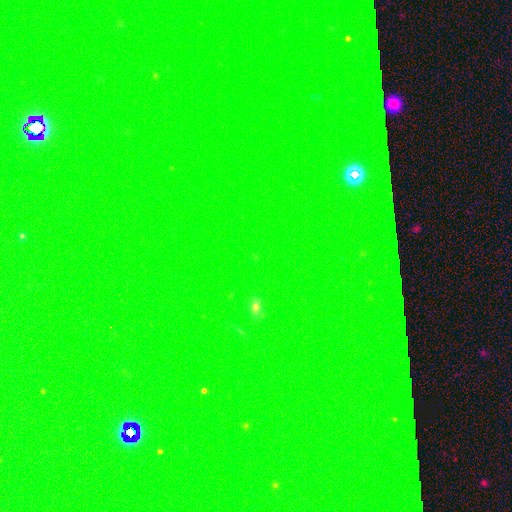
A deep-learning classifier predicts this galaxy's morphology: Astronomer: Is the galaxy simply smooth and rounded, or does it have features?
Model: star or artifact — 79%.